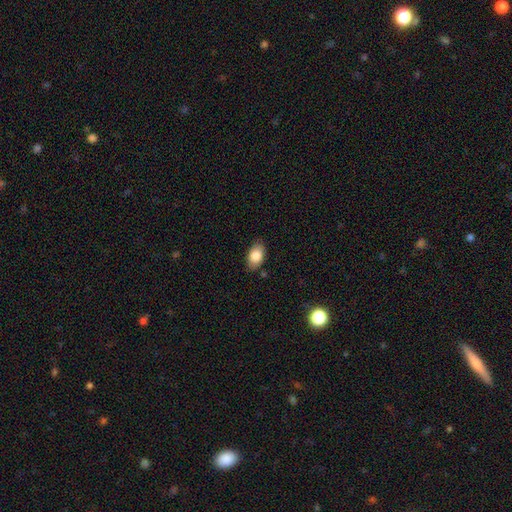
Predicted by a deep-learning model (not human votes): smooth_or_featured: smooth (p=0.85) [alt: featured or disk p=0.08]
how_rounded: in between (p=0.91) [alt: round p=0.08]
merging: none (p=0.83) [alt: minor disturbance p=0.13]